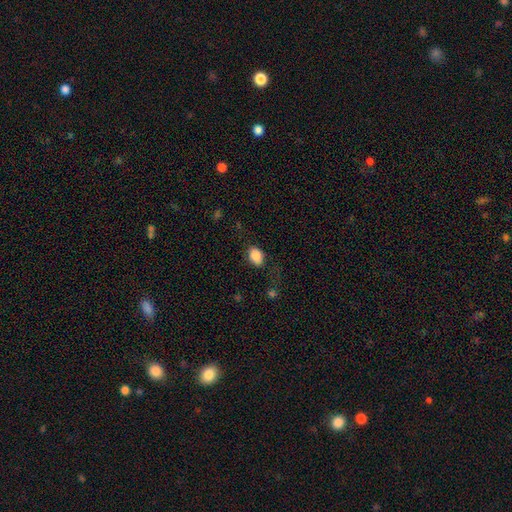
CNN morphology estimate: Smooth or featured? smooth (87%)
How rounded? in between (79%)
Merging? none (69%)